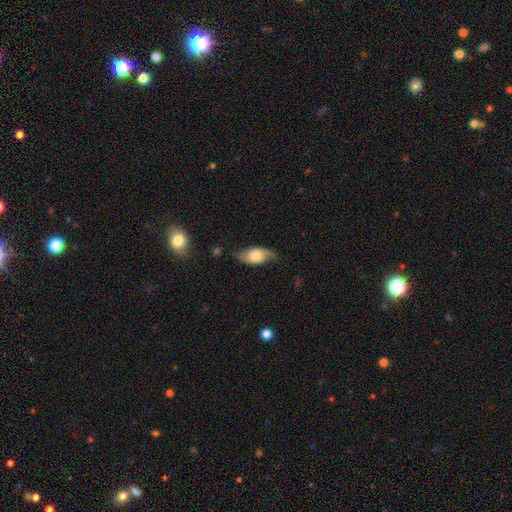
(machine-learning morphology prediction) smooth-or-featured: smooth: 54% | featured or disk: 38% | star or artifact: 7%
  how-rounded: in between: 88% | round: 7% | cigar-shaped: 6%
  merging: none: 63% | minor disturbance: 27% | major disturbance: 8% | merger: 2%